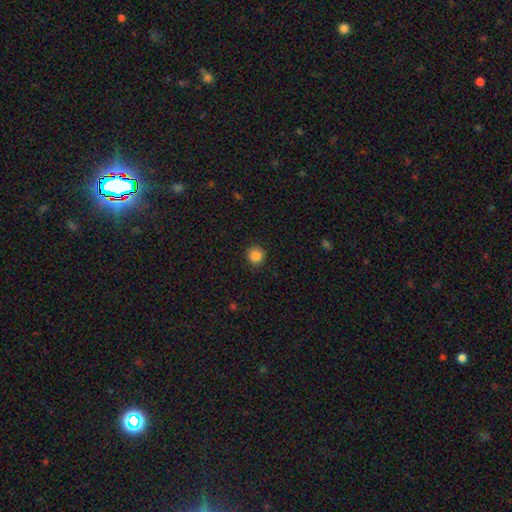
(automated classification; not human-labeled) Morphology: type=smooth (86%); roundness=round (93%); merging=none (89%).